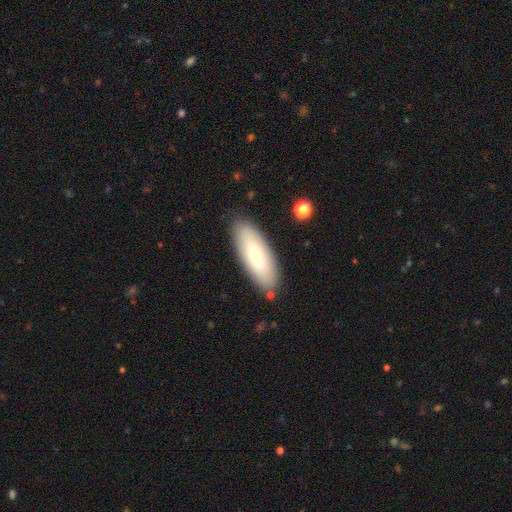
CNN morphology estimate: Overall: smooth (64%; featured or disk 30%). How rounded: in between (66%; cigar-shaped 31%). Merging: none (86%).